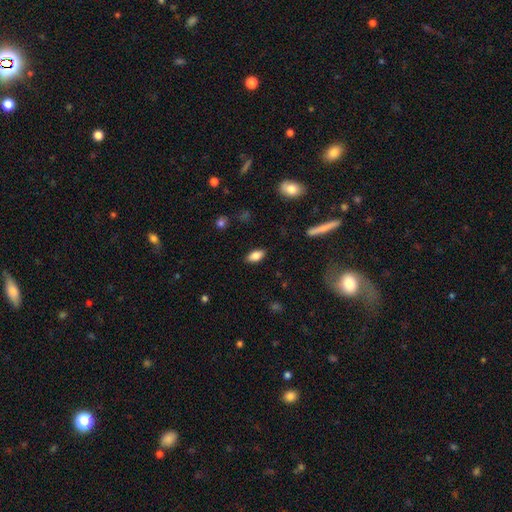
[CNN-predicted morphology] smooth 83%, featured or disk 10%, star or artifact 8%. Down the decision tree: how rounded — in between (89%); merging — none (87%).